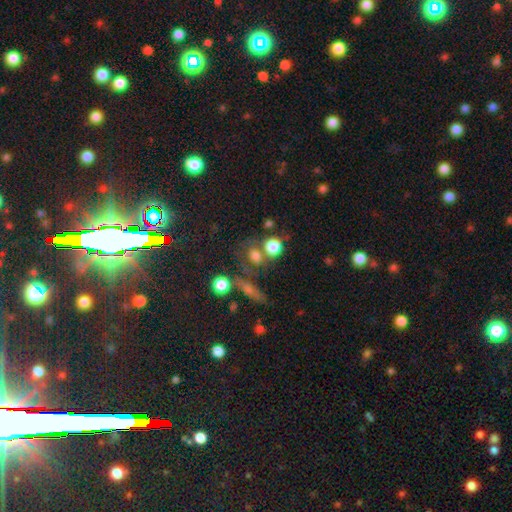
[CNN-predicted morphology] smooth_or_featured: smooth (p=0.71) [alt: star or artifact p=0.16]
how_rounded: round (p=0.72) [alt: in between p=0.25]
merging: none (p=0.49) [alt: merger p=0.31]